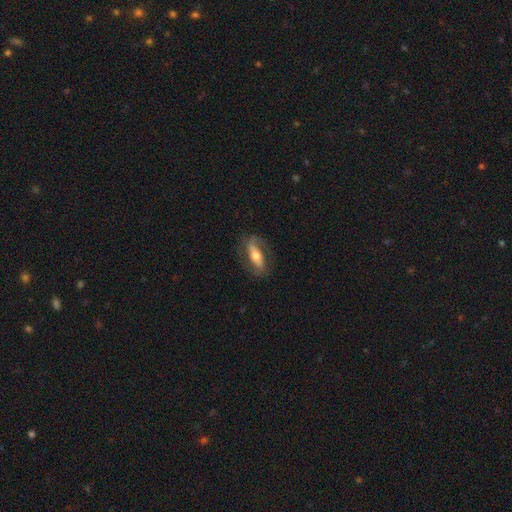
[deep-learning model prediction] Morphology: type=featured or disk (62%); edge-on=no (77%); merging=none (75%).